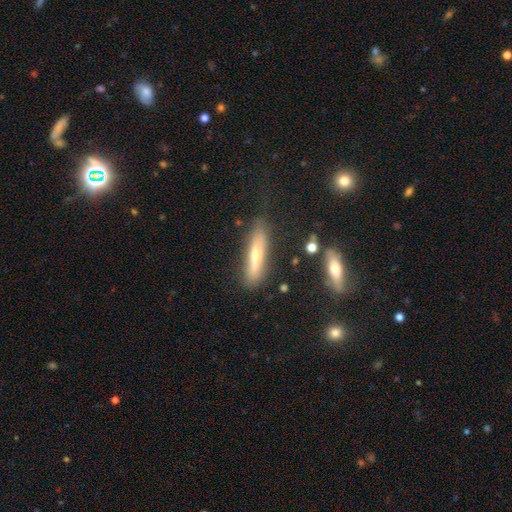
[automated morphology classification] A smooth galaxy with no disk features (56%) that is cigar-shaped (82%). Merging: none (76%).